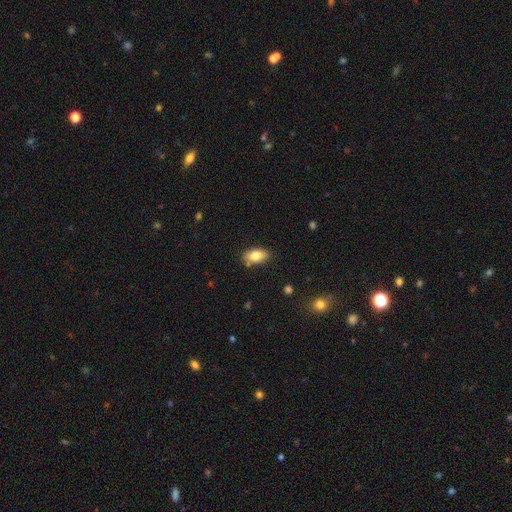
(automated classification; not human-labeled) Morphology: type=smooth (81%); roundness=in between (90%); merging=none (79%).